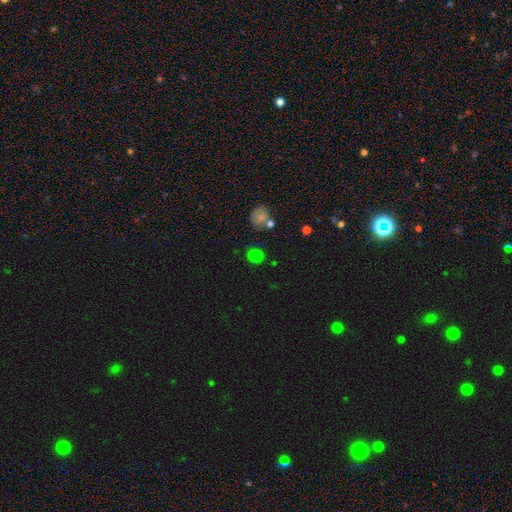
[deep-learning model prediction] Q: Smooth or featured?
A: smooth (71%); runner-up: star or artifact (23%)
Q: How rounded?
A: round (77%); runner-up: in between (22%)
Q: Merging?
A: none (76%); runner-up: minor disturbance (13%)